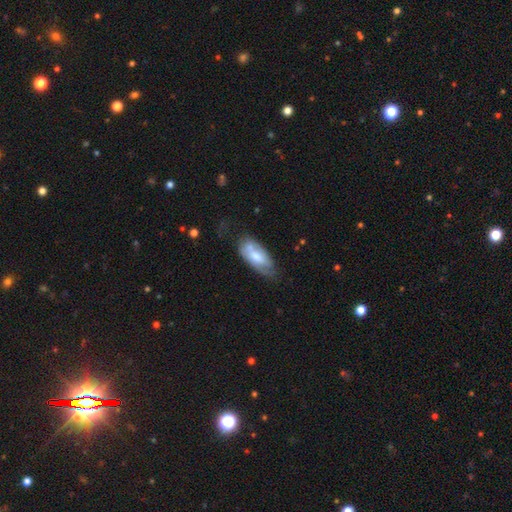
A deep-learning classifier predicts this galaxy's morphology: The model was most divided on "smooth or featured": smooth: 54%, featured or disk: 40%, star or artifact: 6%. Remaining: how rounded — in between (87%); merging — none (46%).